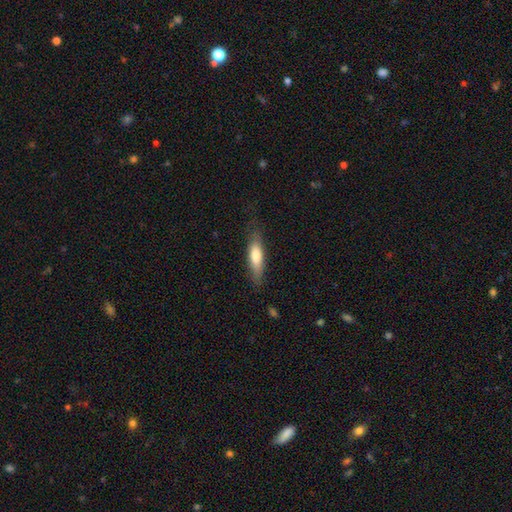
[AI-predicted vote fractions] This appears to be a smooth galaxy with no disk features (72%) that is cigar-shaped (62%). Merging: none (76%).